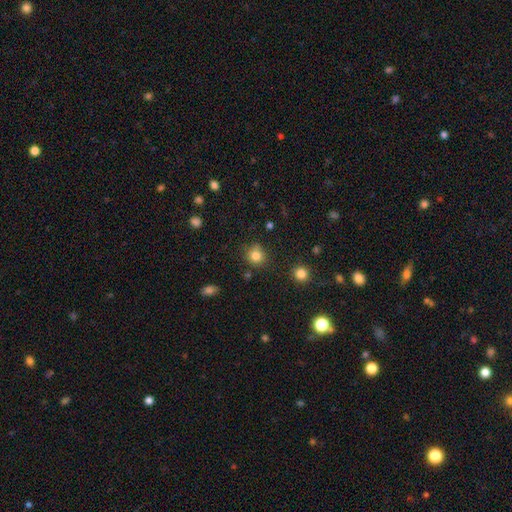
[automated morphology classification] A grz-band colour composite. It shows a smooth galaxy with no disk features (82%) that is round (86%). Merging: none (80%).